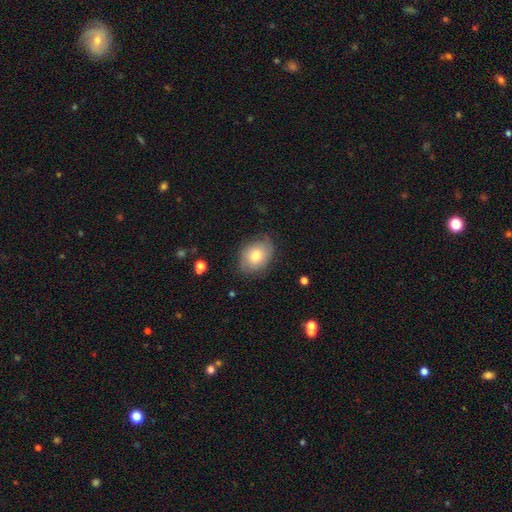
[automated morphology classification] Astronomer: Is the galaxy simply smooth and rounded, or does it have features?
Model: smooth — 60%.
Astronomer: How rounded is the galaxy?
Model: in between — 63%.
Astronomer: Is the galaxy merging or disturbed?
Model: none — 72%.